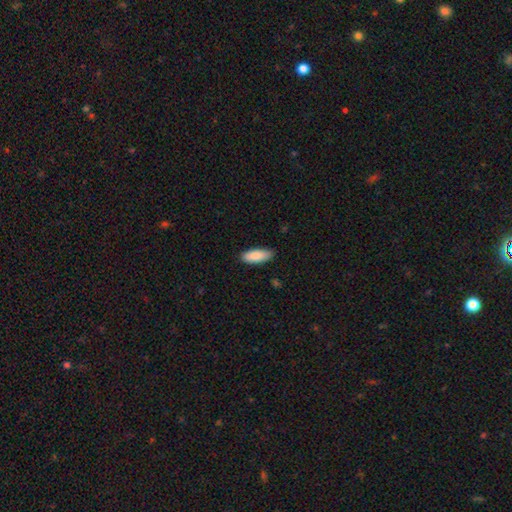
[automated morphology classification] A smooth galaxy with no disk features (88%) that is in between round and cigar-shaped (76%).

Vote fractions:
- Smooth or featured? smooth: 88% / featured or disk: 7% / star or artifact: 6%
- How rounded? in between: 76% / cigar-shaped: 23% / round: 2%
- Merging? none: 87% / minor disturbance: 10% / major disturbance: 2% / merger: 1%